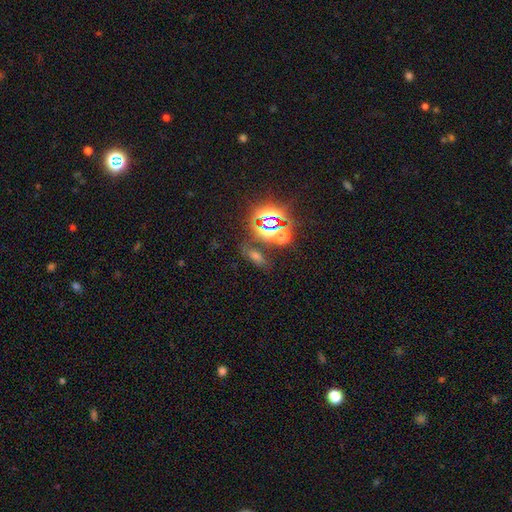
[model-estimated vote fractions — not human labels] This is possibly a star or artifact rather than a galaxy (47%).